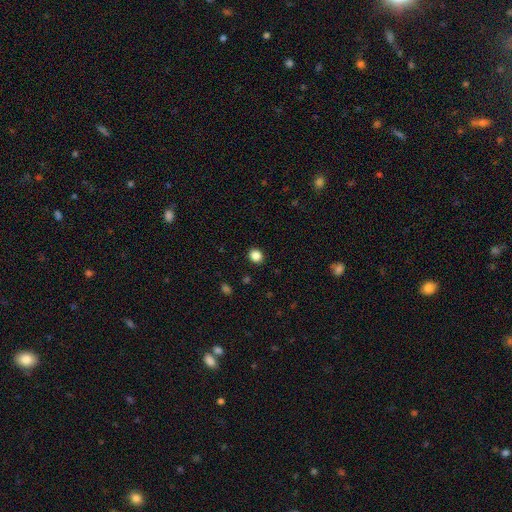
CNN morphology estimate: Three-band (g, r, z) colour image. It shows a smooth galaxy with no disk features (86%) that is round (78%). Merging: none (92%).